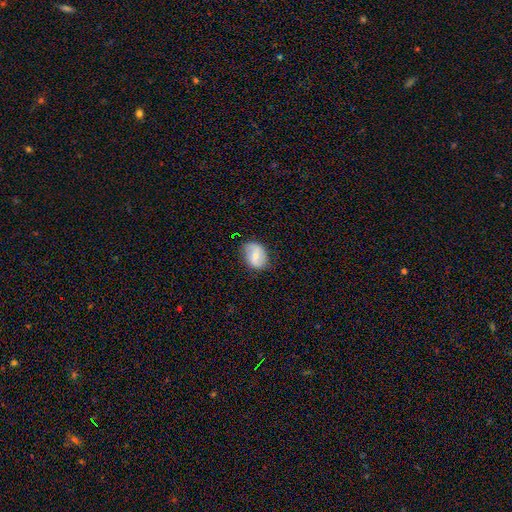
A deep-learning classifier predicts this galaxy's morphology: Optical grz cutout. It shows a smooth galaxy with no disk features (55%) that is in between round and cigar-shaped (60%). Merging: none (77%).